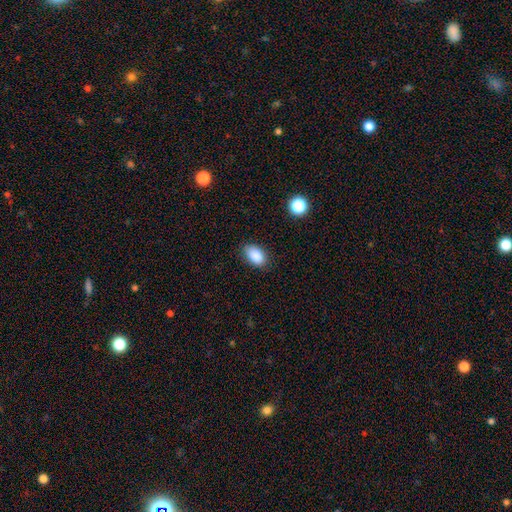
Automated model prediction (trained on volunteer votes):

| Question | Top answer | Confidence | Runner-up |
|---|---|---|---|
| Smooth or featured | smooth | 88% | star or artifact (8%) |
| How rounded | in between | 92% | round (7%) |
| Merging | none | 83% | minor disturbance (13%) |